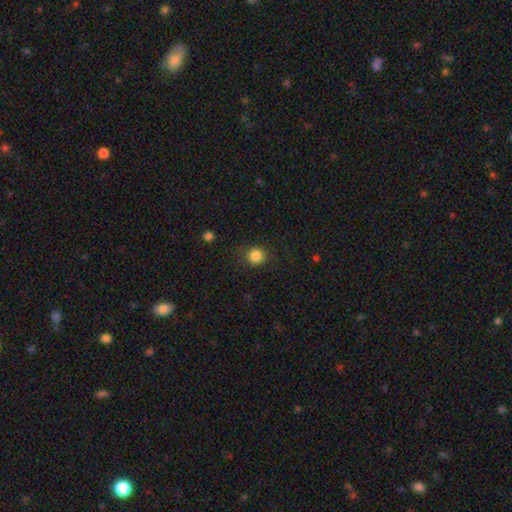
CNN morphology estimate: Smooth or featured? Predicted: smooth (p=0.85). How rounded? Predicted: round (p=0.91). Merging? Predicted: none (p=0.85).